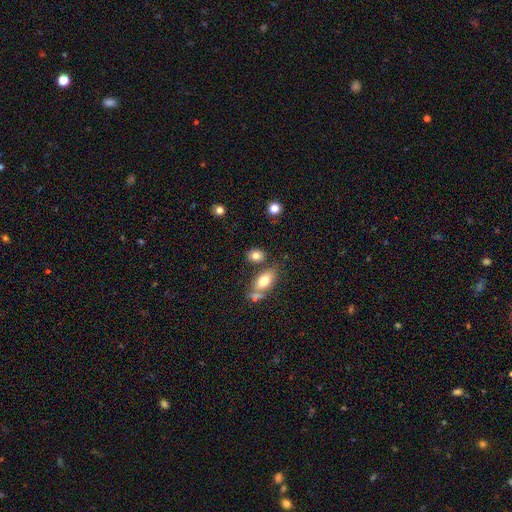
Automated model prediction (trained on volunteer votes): smooth 79%, featured or disk 11%, star or artifact 10%. Down the decision tree: how rounded — in between (68%); merging — none (70%).